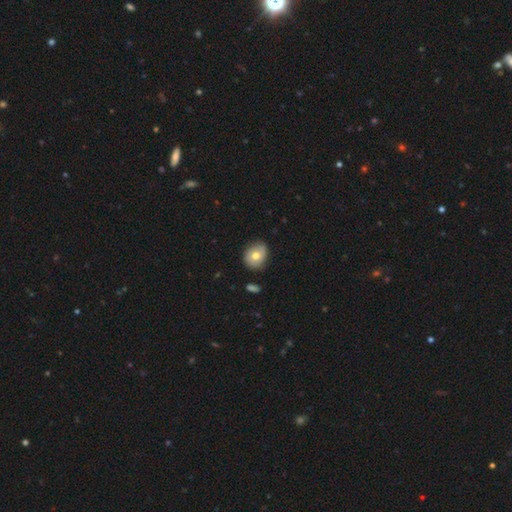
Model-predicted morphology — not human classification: Smooth or featured?
  - smooth: 64% *
  - featured or disk: 29%
  - star or artifact: 8%
How rounded?
  - round: 57% *
  - in between: 42%
  - cigar-shaped: 1%
Merging?
  - none: 73% *
  - minor disturbance: 22%
  - major disturbance: 4%
  - merger: 2%